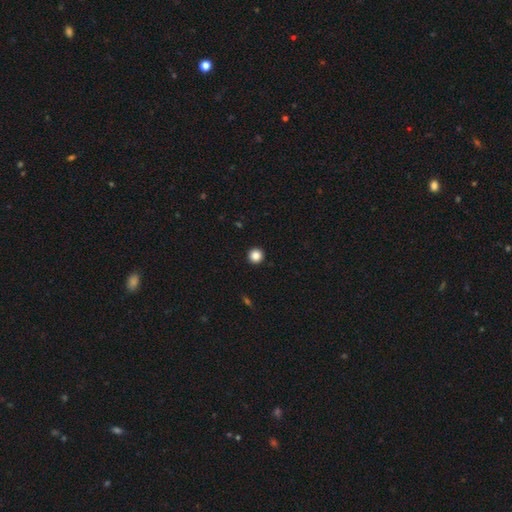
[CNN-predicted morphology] Q: Smooth or featured?
A: smooth (86%); runner-up: star or artifact (10%)
Q: How rounded?
A: round (96%); runner-up: in between (3%)
Q: Merging?
A: none (94%); runner-up: minor disturbance (4%)